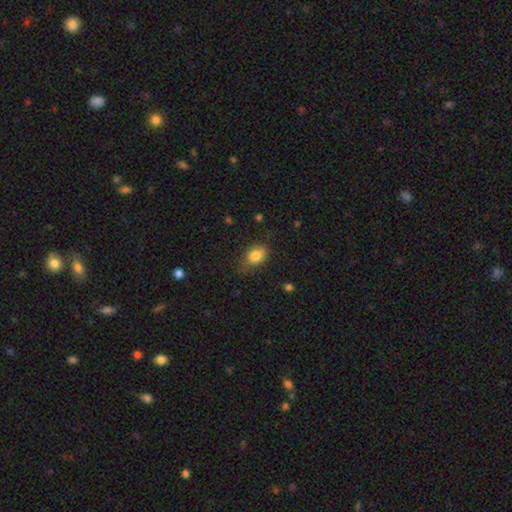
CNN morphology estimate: This appears to be a smooth galaxy with no disk features (82%) that is in between round and cigar-shaped (76%). Merging: none (67%).